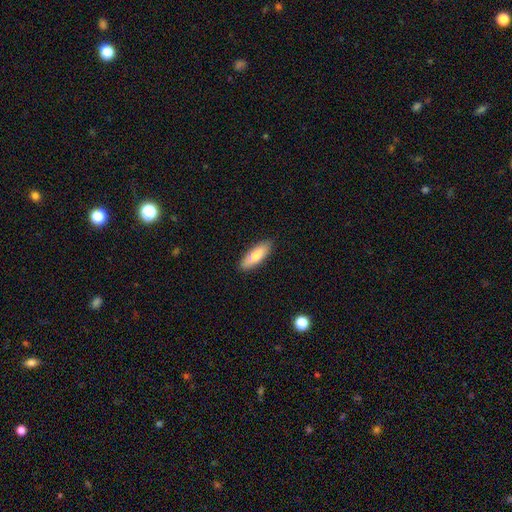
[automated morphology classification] The model was most divided on "how rounded": in between: 60%, cigar-shaped: 38%, round: 2%. More confident: merging — none (86%); smooth or featured — smooth (79%).